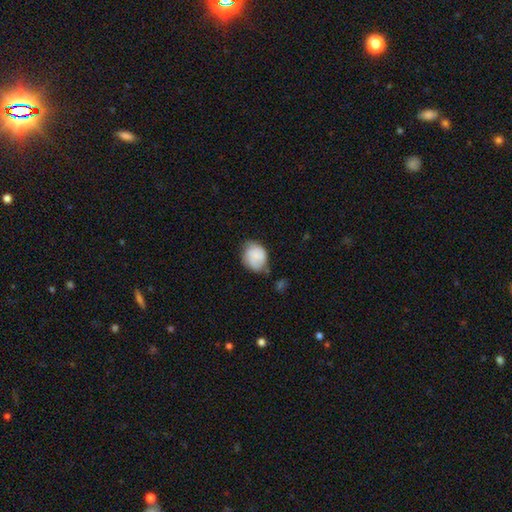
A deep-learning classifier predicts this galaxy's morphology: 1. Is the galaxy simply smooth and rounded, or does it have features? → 73% smooth, 19% featured or disk, 7% star or artifact.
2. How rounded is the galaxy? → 54% round, 45% in between, 1% cigar-shaped.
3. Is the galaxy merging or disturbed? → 52% none, 33% minor disturbance, 10% major disturbance, 5% merger.